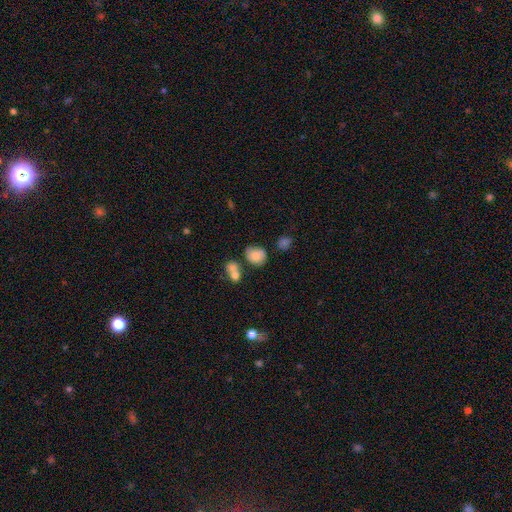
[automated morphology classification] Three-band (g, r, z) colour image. It shows a smooth galaxy with no disk features (74%) that is round (53%). Merging: none (53%).